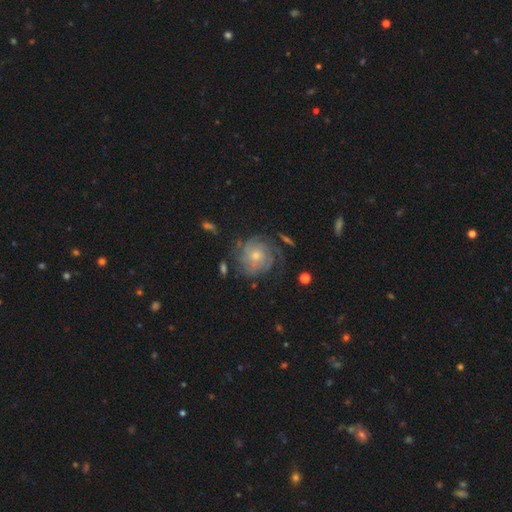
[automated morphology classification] The model was most divided on "bulge size": small: 51%, moderate: 43%, large: 3%, none: 2%, dominant: 1%. Remaining: edge-on disk — no (97%); spiral arms — yes (92%); bar — no (79%); smooth or featured — featured or disk (77%); merging — none (65%); spiral winding — tight (64%); spiral arm count — can't tell (42%).